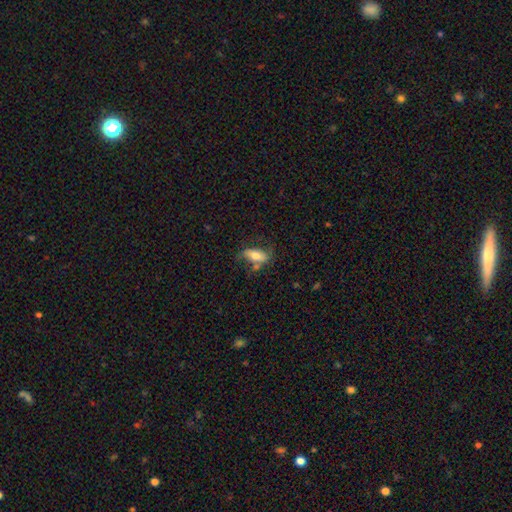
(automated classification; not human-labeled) Smooth or featured?
  - smooth: 60% *
  - featured or disk: 32%
  - star or artifact: 7%
How rounded?
  - in between: 75% *
  - cigar-shaped: 21%
  - round: 4%
Merging?
  - none: 52% *
  - minor disturbance: 24%
  - major disturbance: 13%
  - merger: 11%